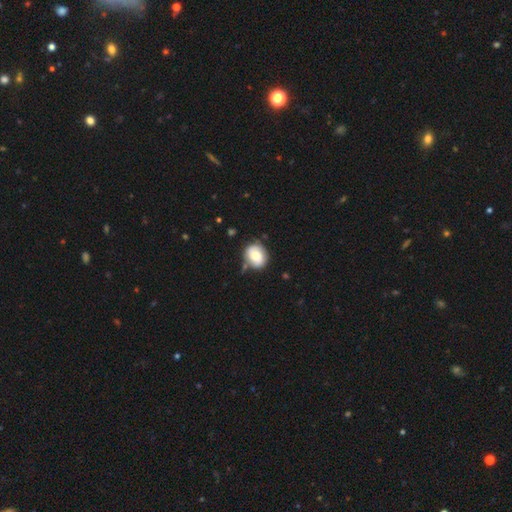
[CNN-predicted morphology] smooth_or_featured: smooth (p=0.64) [alt: featured or disk p=0.28]
how_rounded: round (p=0.64) [alt: in between p=0.35]
merging: none (p=0.72) [alt: minor disturbance p=0.19]